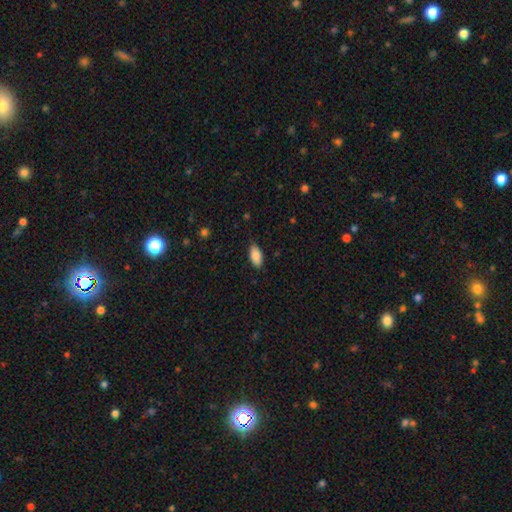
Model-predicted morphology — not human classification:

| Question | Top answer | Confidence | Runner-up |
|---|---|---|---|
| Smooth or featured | smooth | 87% | featured or disk (7%) |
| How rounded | in between | 91% | cigar-shaped (6%) |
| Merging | none | 82% | minor disturbance (14%) |